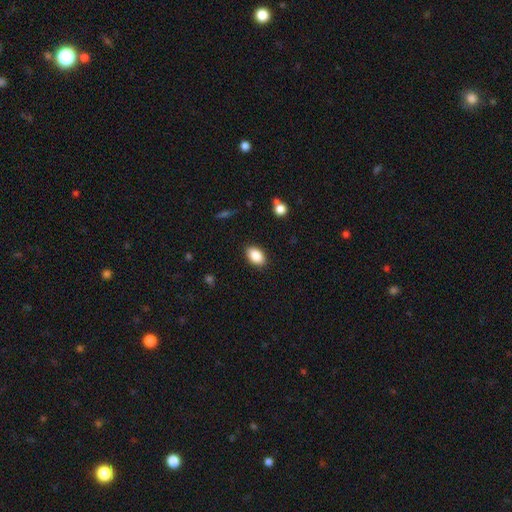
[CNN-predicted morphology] smooth 87%, star or artifact 8%, featured or disk 6%. Down the decision tree: how rounded — in between (88%); merging — none (89%).